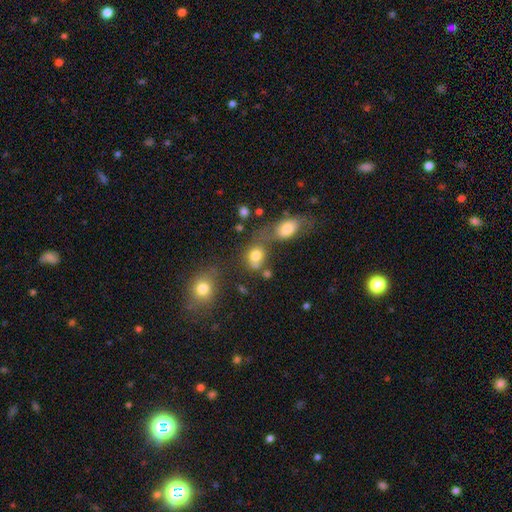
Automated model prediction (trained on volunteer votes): Smooth or featured?
  - smooth: 77% *
  - star or artifact: 13%
  - featured or disk: 10%
How rounded?
  - round: 51% *
  - in between: 48%
  - cigar-shaped: 2%
Merging?
  - none: 38% *
  - merger: 36%
  - minor disturbance: 15%
  - major disturbance: 10%